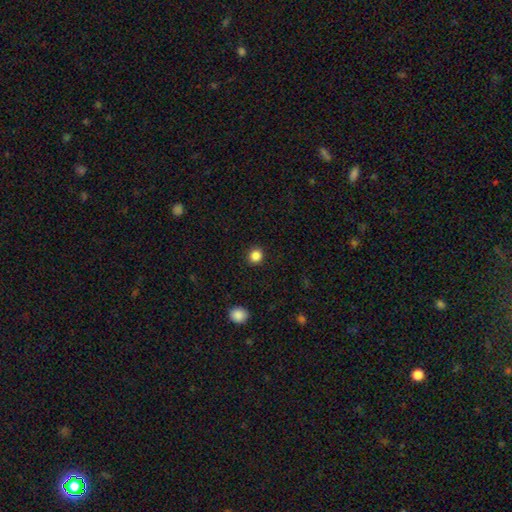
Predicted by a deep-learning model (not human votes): Smooth or featured? Predicted: smooth (p=0.86). How rounded? Predicted: round (p=0.85). Merging? Predicted: none (p=0.91).